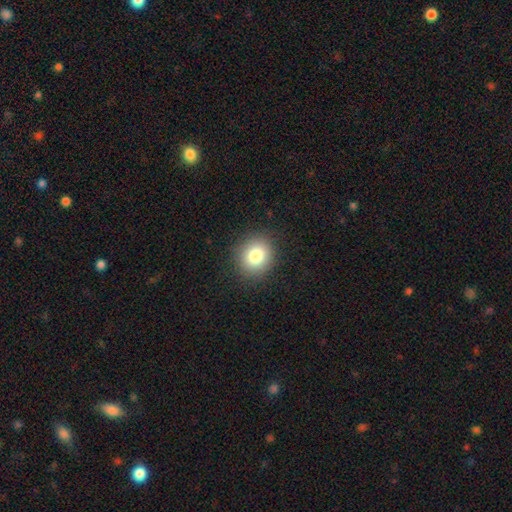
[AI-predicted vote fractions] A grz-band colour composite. It shows a smooth galaxy with no disk features (82%) that is round (77%). Merging: none (88%).